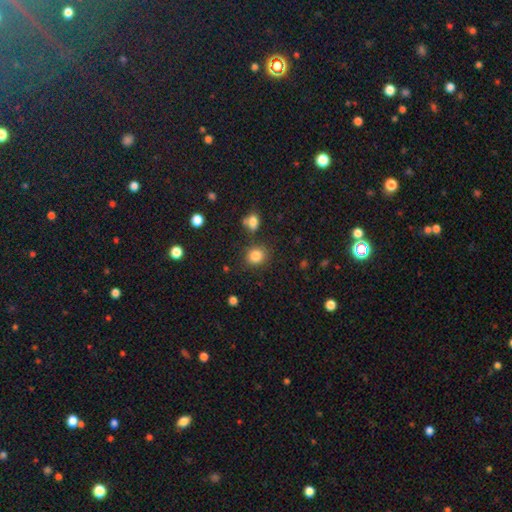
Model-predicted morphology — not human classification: A smooth galaxy with no disk features (84%) that is round (78%). Merging: none (80%).